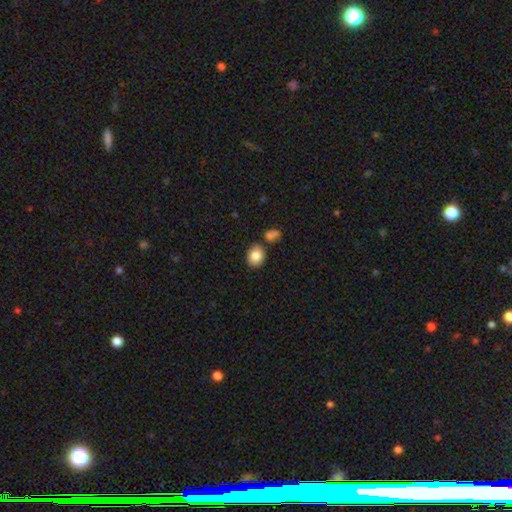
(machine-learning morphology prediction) smooth_or_featured: smooth (p=0.84) [alt: star or artifact p=0.08]
how_rounded: round (p=0.58) [alt: in between p=0.41]
merging: none (p=0.78) [alt: minor disturbance p=0.10]